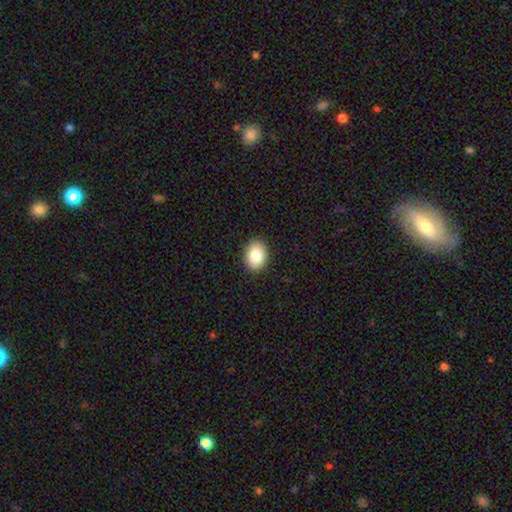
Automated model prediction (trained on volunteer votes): This appears to be a smooth galaxy with no disk features (85%) that is in between round and cigar-shaped (72%). Merging: none (90%).